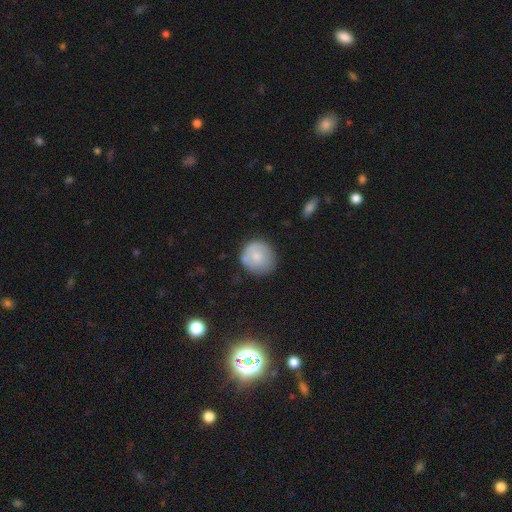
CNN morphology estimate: Q: Smooth or featured?
A: smooth (74%); runner-up: featured or disk (18%)
Q: How rounded?
A: round (88%); runner-up: in between (11%)
Q: Merging?
A: none (73%); runner-up: minor disturbance (18%)